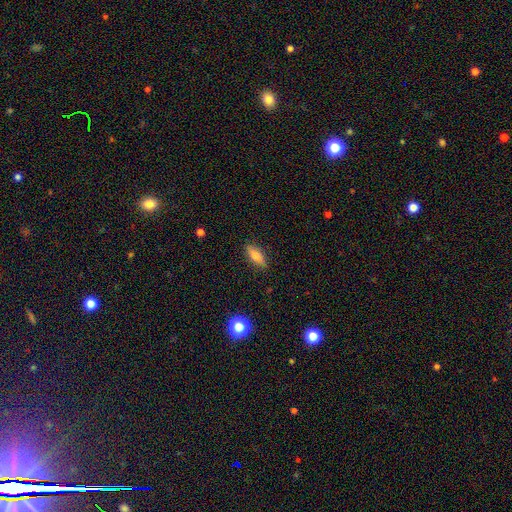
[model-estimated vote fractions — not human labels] Smooth or featured: smooth — 74% (featured or disk — 18%)
How rounded: in between — 61% (cigar-shaped — 36%)
Merging: none — 86% (minor disturbance — 10%)